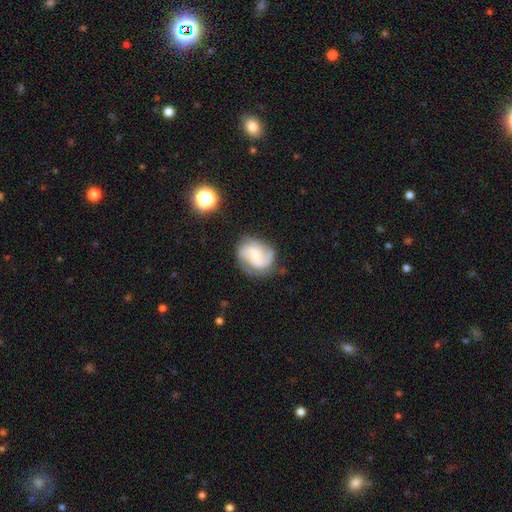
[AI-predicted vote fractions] Smooth or featured: featured or disk — 78% (smooth — 15%)
Edge-on disk: no — 98% (yes — 2%)
Bar: no — 47% (weak — 41%)
Spiral arms: yes — 95% (no — 5%)
Spiral winding: medium — 49% (tight — 30%)
Spiral arm count: 2 — 63% (3 — 18%)
Bulge size: small — 56% (moderate — 34%)
Merging: none — 70% (minor disturbance — 20%)